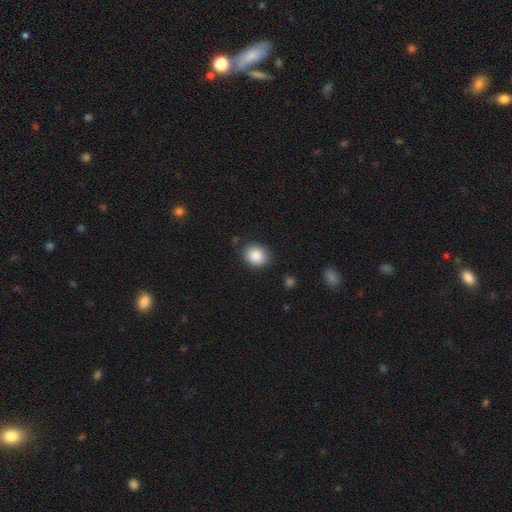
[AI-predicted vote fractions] This appears to be a smooth galaxy with no disk features (87%) that is round (54%). Merging: none (84%).